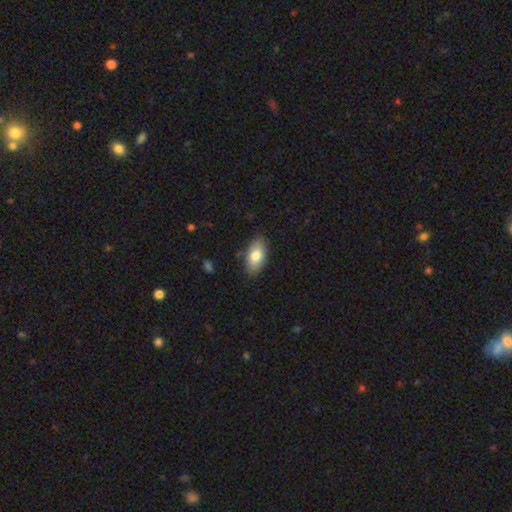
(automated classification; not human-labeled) smooth-or-featured: smooth: 78% | featured or disk: 15% | star or artifact: 7%
  how-rounded: in between: 93% | round: 4% | cigar-shaped: 3%
  merging: none: 83% | minor disturbance: 13% | major disturbance: 3% | merger: 2%